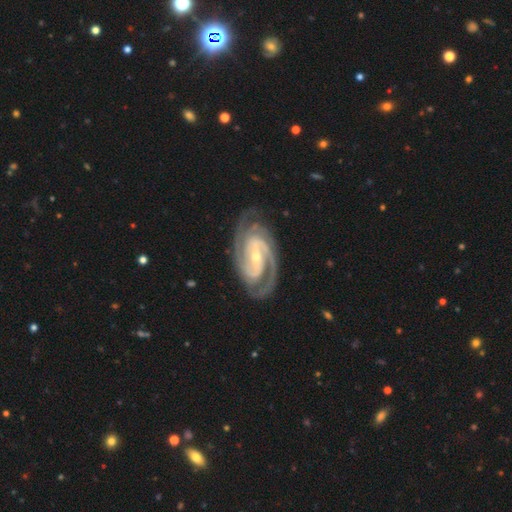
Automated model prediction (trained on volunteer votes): Smooth or featured: featured or disk — 93% (star or artifact — 4%)
Edge-on disk: no — 97% (yes — 3%)
Bar: weak — 39% (strong — 35%)
Spiral arms: yes — 99% (no — 1%)
Spiral winding: tight — 63% (medium — 33%)
Spiral arm count: 2 — 65% (3 — 18%)
Bulge size: small — 62% (moderate — 35%)
Merging: none — 80% (minor disturbance — 14%)